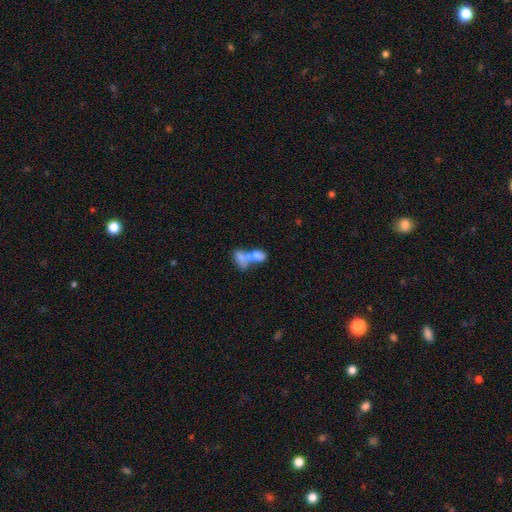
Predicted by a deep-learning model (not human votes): Overall: smooth (71%). How rounded: in between (82%). Merging: merger (74%).